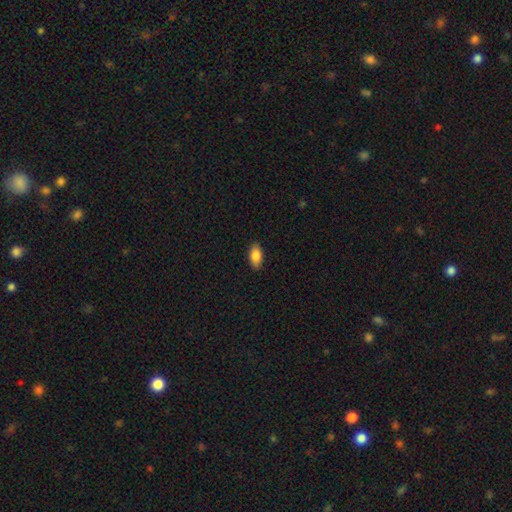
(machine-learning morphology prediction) smooth 85%, featured or disk 8%, star or artifact 7%. Down the decision tree: how rounded — in between (92%); merging — none (87%).